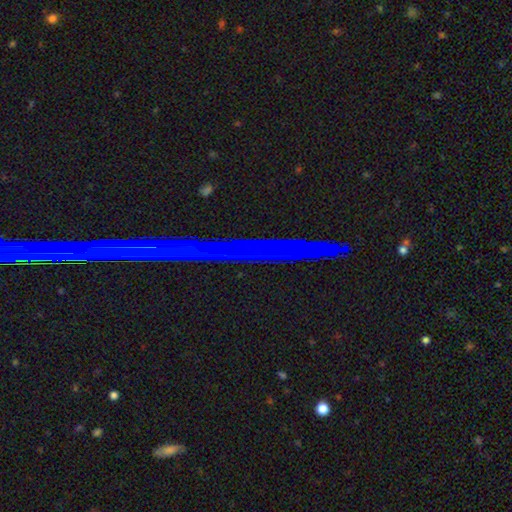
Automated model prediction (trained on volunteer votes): Morphology: type=star or artifact (46%).